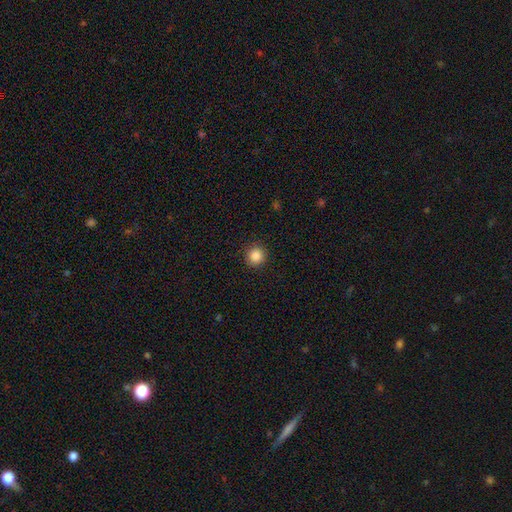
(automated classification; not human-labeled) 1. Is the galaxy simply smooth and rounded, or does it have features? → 87% smooth, 10% star or artifact, 3% featured or disk.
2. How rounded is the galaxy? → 93% round, 6% in between, 1% cigar-shaped.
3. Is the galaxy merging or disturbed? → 91% none, 6% minor disturbance, 2% major disturbance, 1% merger.